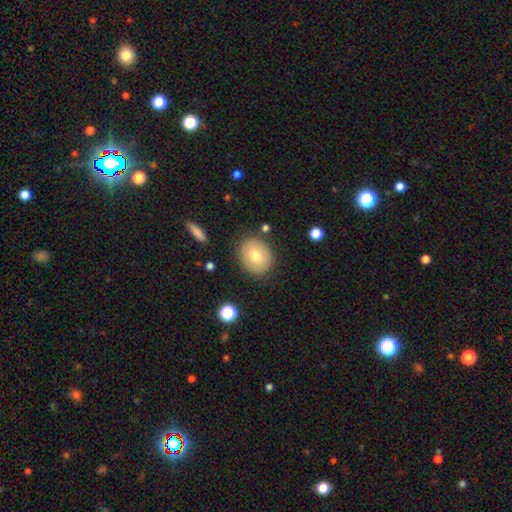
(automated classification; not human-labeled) Morphology: type=smooth (71%); roundness=round (65%); merging=none (84%).